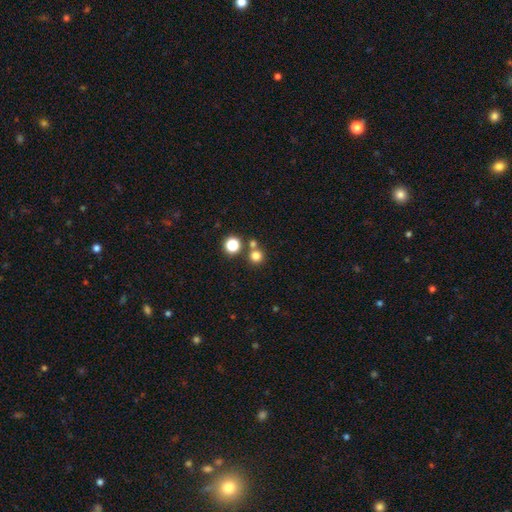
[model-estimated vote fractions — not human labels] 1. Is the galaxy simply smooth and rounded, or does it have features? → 77% smooth, 16% star or artifact, 6% featured or disk.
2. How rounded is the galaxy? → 93% round, 6% in between, 1% cigar-shaped.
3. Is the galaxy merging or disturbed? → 69% none, 22% merger, 6% minor disturbance, 3% major disturbance.